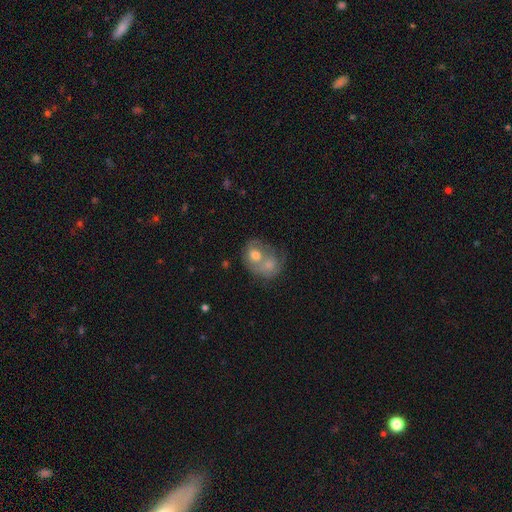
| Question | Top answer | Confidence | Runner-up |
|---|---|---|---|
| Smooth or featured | smooth | 65% | featured or disk (27%) |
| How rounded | round | 58% | in between (42%) |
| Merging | merger | 85% | none (9%) |